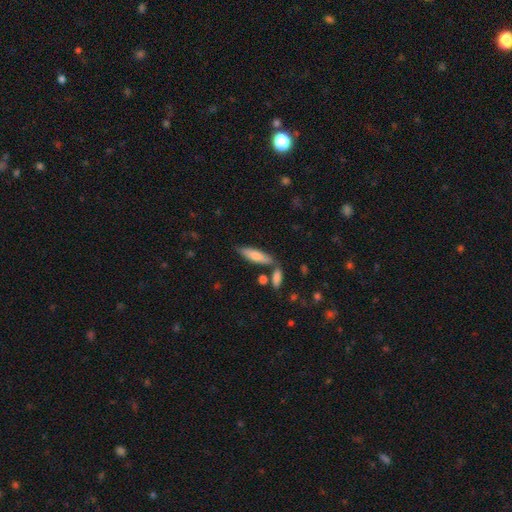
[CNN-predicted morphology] smooth-or-featured: smooth: 67% | featured or disk: 26% | star or artifact: 7%
  how-rounded: cigar-shaped: 58% | in between: 40% | round: 2%
  merging: none: 71% | minor disturbance: 14% | merger: 11% | major disturbance: 3%